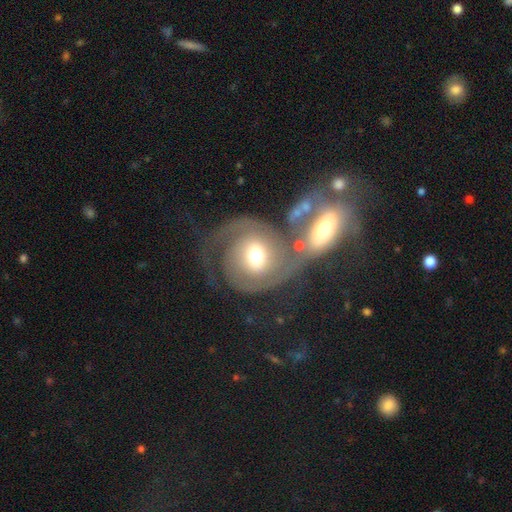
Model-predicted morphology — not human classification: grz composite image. It shows a featured or disk galaxy (78%) with no bar (55%), 2 (80%) tight (43%) spiral arms (91%) and a moderate central bulge (65%). Merging: merger (39%).